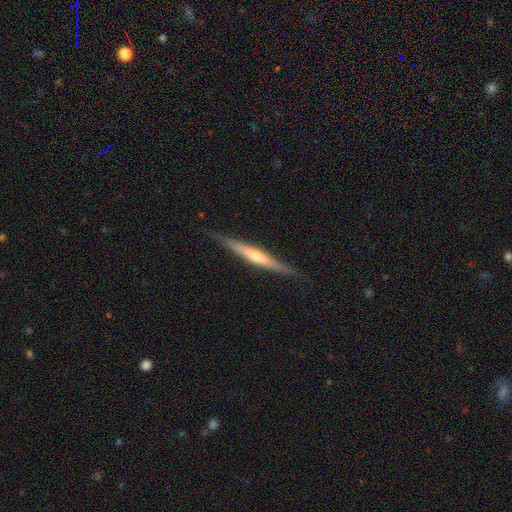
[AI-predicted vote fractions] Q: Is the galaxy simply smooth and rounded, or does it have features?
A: featured or disk — 70%.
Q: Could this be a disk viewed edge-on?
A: yes — 97%.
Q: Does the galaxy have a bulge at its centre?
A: rounded — 65%.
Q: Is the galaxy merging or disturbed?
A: none — 88%.